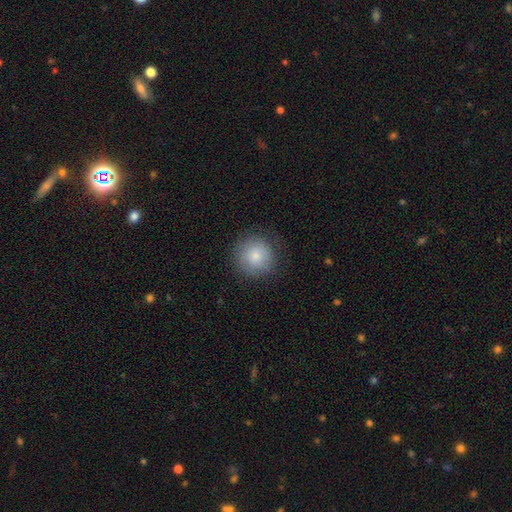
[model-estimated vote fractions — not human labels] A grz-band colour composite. It shows a smooth galaxy with no disk features (81%) that is round (95%). Merging: none (82%).